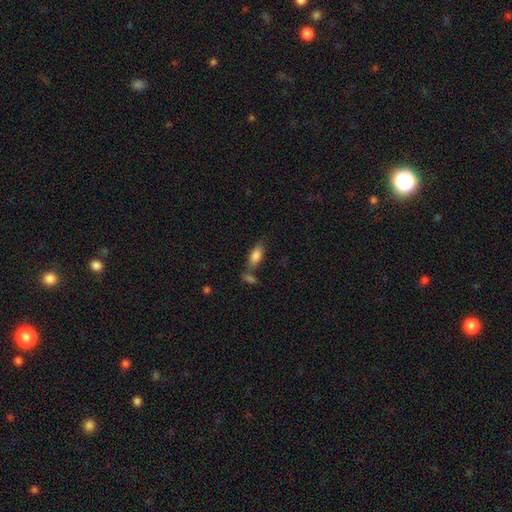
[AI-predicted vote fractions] A smooth galaxy with no disk features (81%) that is in between round and cigar-shaped (82%).

Vote fractions:
- Smooth or featured? smooth: 81% / featured or disk: 11% / star or artifact: 7%
- How rounded? in between: 82% / cigar-shaped: 15% / round: 3%
- Merging? none: 55% / merger: 26% / minor disturbance: 14% / major disturbance: 5%